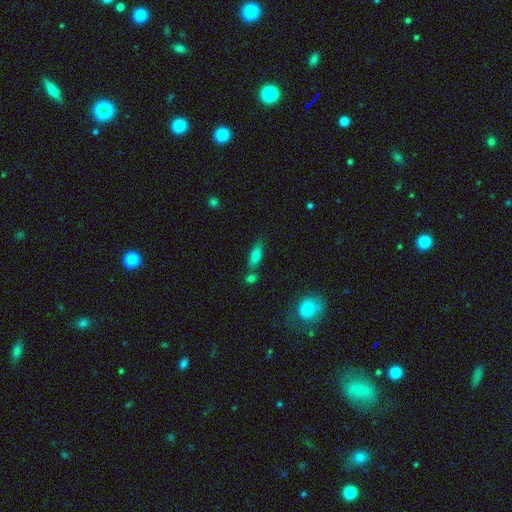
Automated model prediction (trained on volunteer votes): Morphology: type=smooth (80%); roundness=in between (69%); merging=none (63%).